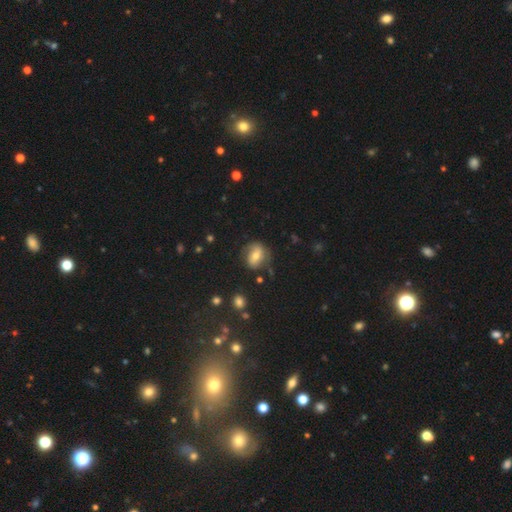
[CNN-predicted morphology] Smooth or featured?
  - smooth: 56% *
  - featured or disk: 34%
  - star or artifact: 10%
How rounded?
  - round: 53% *
  - in between: 45%
  - cigar-shaped: 2%
Merging?
  - none: 68% *
  - minor disturbance: 21%
  - major disturbance: 9%
  - merger: 3%